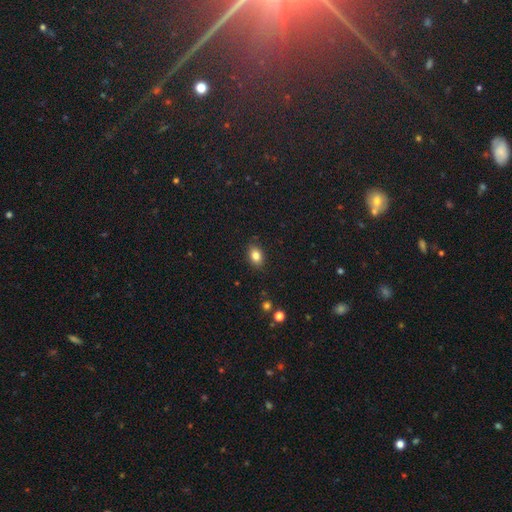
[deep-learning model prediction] smooth_or_featured: smooth (p=0.83) [alt: star or artifact p=0.10]
how_rounded: in between (p=0.78) [alt: round p=0.21]
merging: none (p=0.87) [alt: minor disturbance p=0.10]